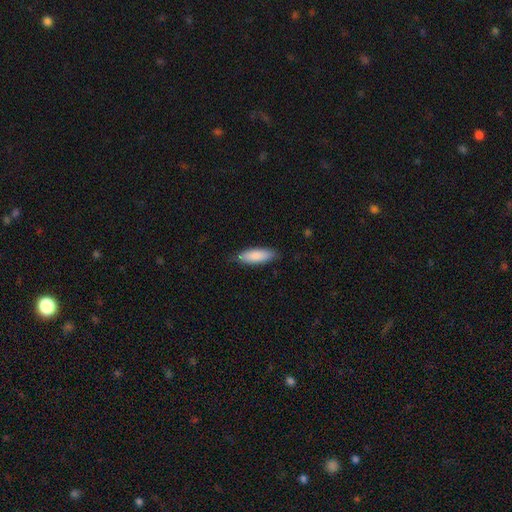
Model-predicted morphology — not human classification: smooth-or-featured: smooth: 86% | featured or disk: 9% | star or artifact: 5%
  how-rounded: in between: 53% | cigar-shaped: 45% | round: 1%
  merging: none: 80% | minor disturbance: 17% | major disturbance: 3% | merger: 1%